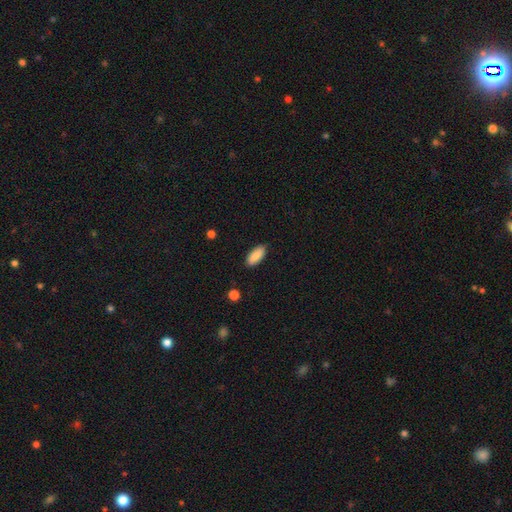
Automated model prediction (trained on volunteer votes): Smooth or featured: smooth — 88% (star or artifact — 6%)
How rounded: in between — 85% (cigar-shaped — 13%)
Merging: none — 86% (minor disturbance — 11%)